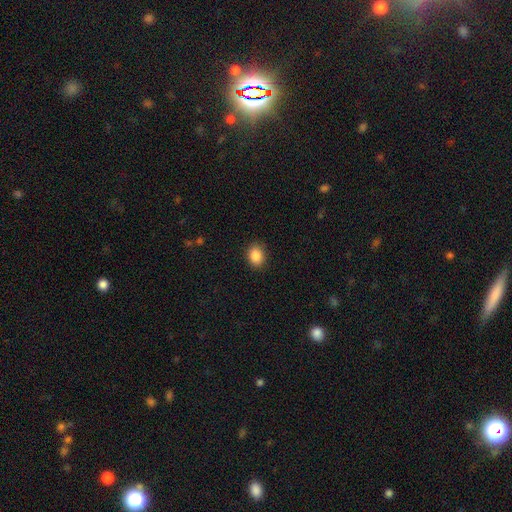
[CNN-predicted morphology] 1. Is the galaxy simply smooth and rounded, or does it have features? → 88% smooth, 9% star or artifact, 4% featured or disk.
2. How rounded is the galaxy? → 58% in between, 41% round, 1% cigar-shaped.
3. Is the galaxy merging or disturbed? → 87% none, 9% minor disturbance, 2% major disturbance, 1% merger.